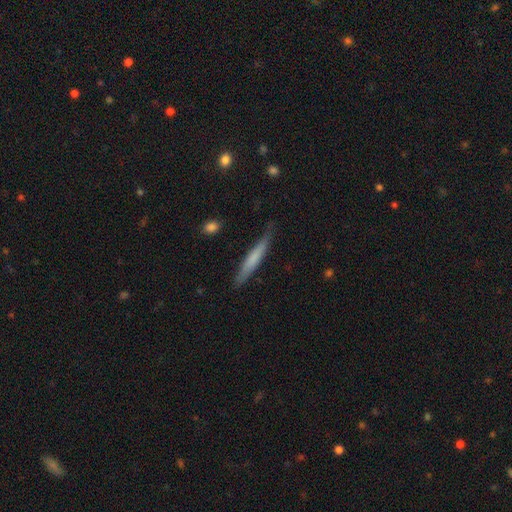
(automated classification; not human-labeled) A smooth galaxy with no disk features (60%) that is cigar-shaped (94%).

Vote fractions:
- Smooth or featured? smooth: 60% / featured or disk: 34% / star or artifact: 6%
- How rounded? cigar-shaped: 94% / in between: 4% / round: 1%
- Merging? none: 82% / minor disturbance: 14% / major disturbance: 2% / merger: 1%